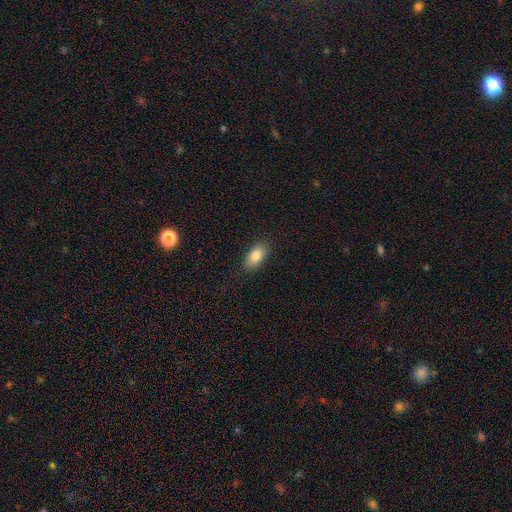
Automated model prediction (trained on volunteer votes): Smooth or featured?
  - smooth: 83% *
  - featured or disk: 9%
  - star or artifact: 7%
How rounded?
  - in between: 90% *
  - cigar-shaped: 5%
  - round: 4%
Merging?
  - none: 87% *
  - minor disturbance: 10%
  - major disturbance: 2%
  - merger: 1%